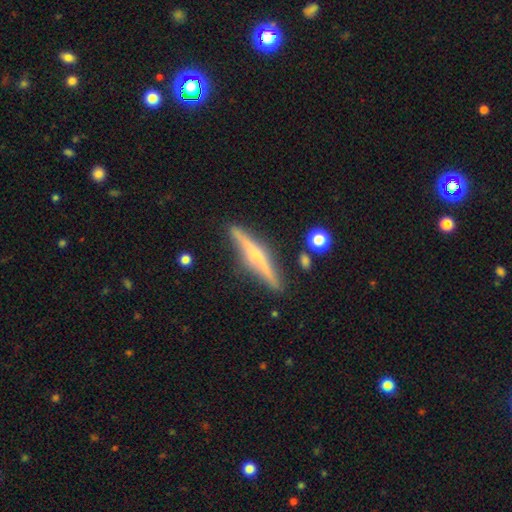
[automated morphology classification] Overall: featured or disk (72%). Edge-on disk: yes (97%). Edge-on bulge: rounded (80%). Merging: none (87%).